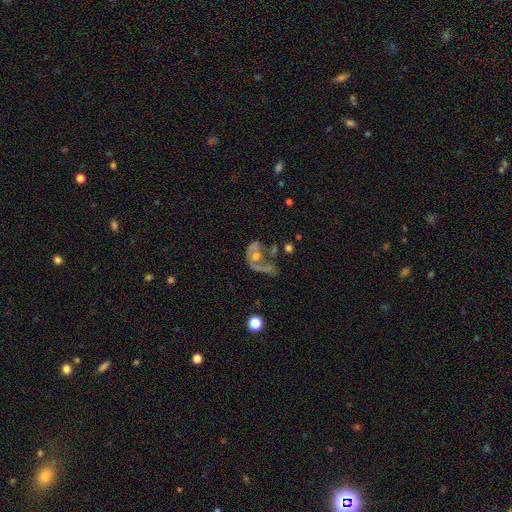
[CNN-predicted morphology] featured or disk 66%, smooth 24%, star or artifact 10%. Down the decision tree: edge-on disk — no (96%); bar — no (80%); spiral arms — yes (54%); bulge size — moderate (58%); merging — major disturbance (46%).